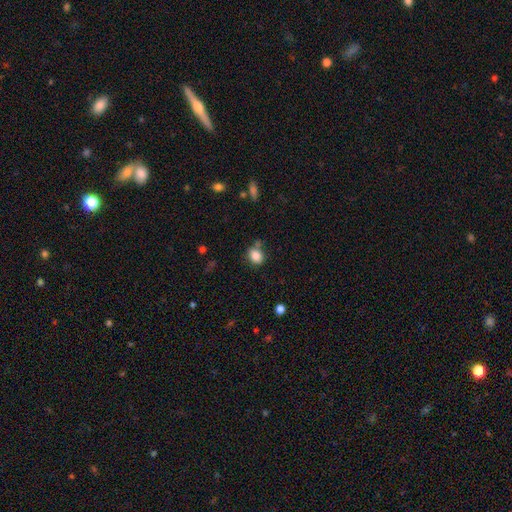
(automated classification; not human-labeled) Smooth or featured? Predicted: smooth (p=0.83). How rounded? Predicted: round (p=0.56). Merging? Predicted: none (p=0.69).